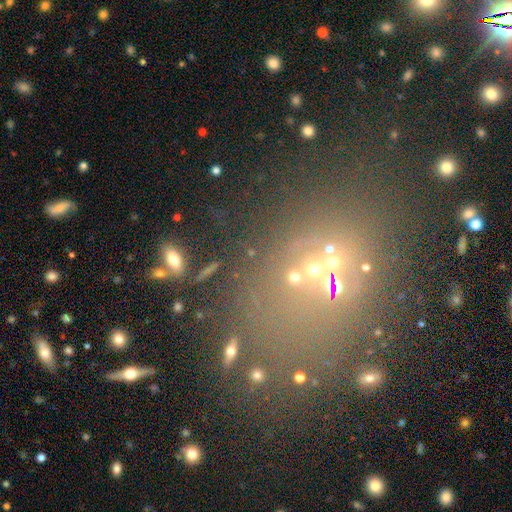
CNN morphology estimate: A star or artifact, not a galaxy (57%).

Vote fractions:
- Smooth or featured? star or artifact: 57% / smooth: 27% / featured or disk: 16%